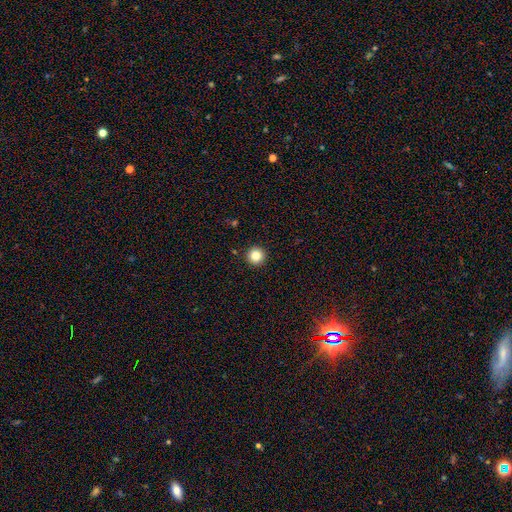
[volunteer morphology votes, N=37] A smooth galaxy with no disk features (92%) that is round (100%).

Vote fractions:
- Smooth or featured? smooth: 92% / star or artifact: 5% / featured or disk: 3%
- How rounded? round: 100% / in between: 0% / cigar-shaped: 0%
- Merging? none: 94% / minor disturbance: 3% / merger: 3% / major disturbance: 0%